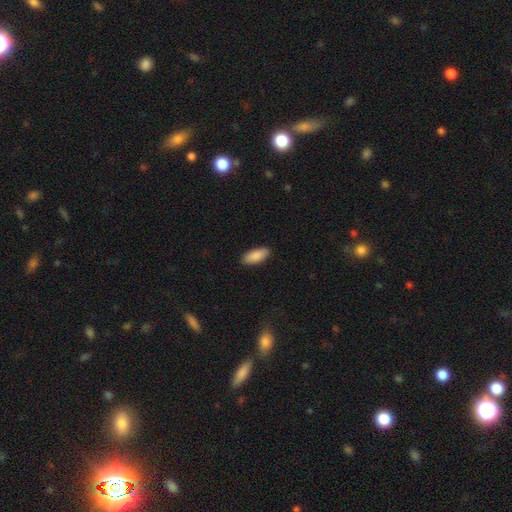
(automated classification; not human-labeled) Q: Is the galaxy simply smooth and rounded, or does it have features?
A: smooth — 90%.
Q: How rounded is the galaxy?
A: in between — 84%.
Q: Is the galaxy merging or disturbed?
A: none — 89%.